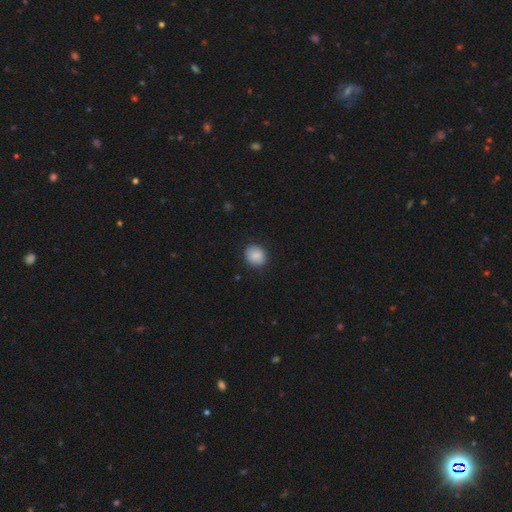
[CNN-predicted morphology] smooth_or_featured: smooth (p=0.87) [alt: star or artifact p=0.08]
how_rounded: round (p=0.67) [alt: in between p=0.32]
merging: none (p=0.85) [alt: minor disturbance p=0.11]